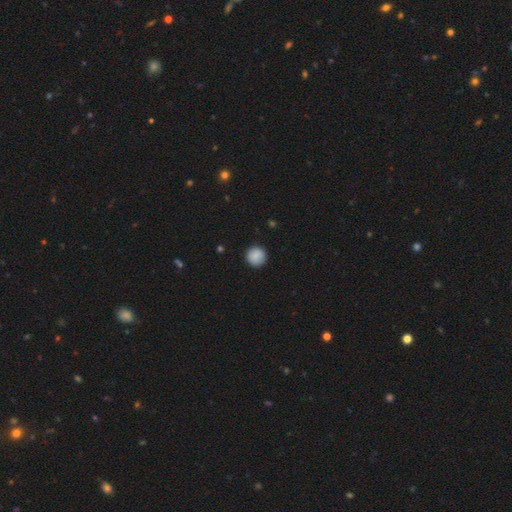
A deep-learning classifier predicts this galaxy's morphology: type=smooth (88%); roundness=round (95%); merging=none (91%).